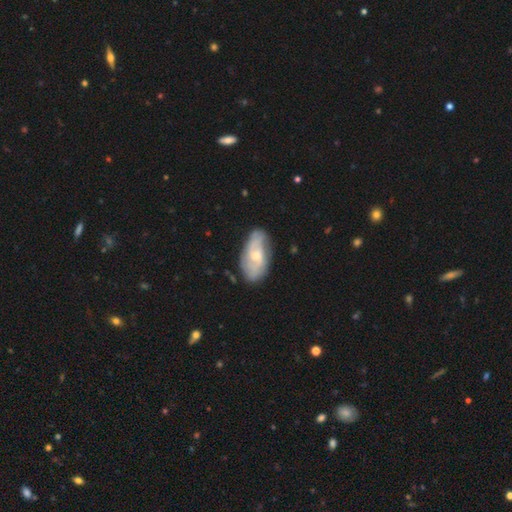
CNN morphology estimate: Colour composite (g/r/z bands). It shows a featured or disk galaxy (69%) with no bar (59%), 2 (47%) medium (41%) spiral arms (88%) and a small central bulge (55%). Merging: none (72%).